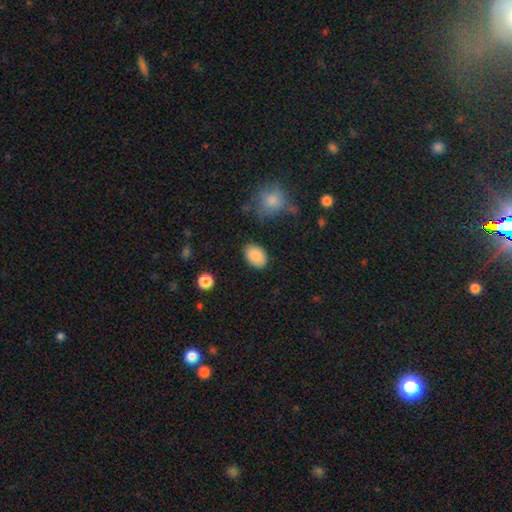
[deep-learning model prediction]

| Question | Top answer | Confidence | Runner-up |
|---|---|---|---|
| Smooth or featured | smooth | 89% | star or artifact (7%) |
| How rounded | in between | 84% | round (15%) |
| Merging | none | 84% | minor disturbance (11%) |